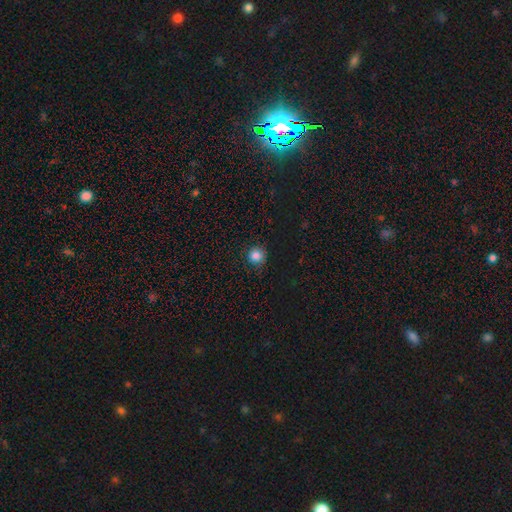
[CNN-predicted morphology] This is clearly a smooth galaxy (82%). How rounded: clearly round (93%). Merging: clearly none (87%).